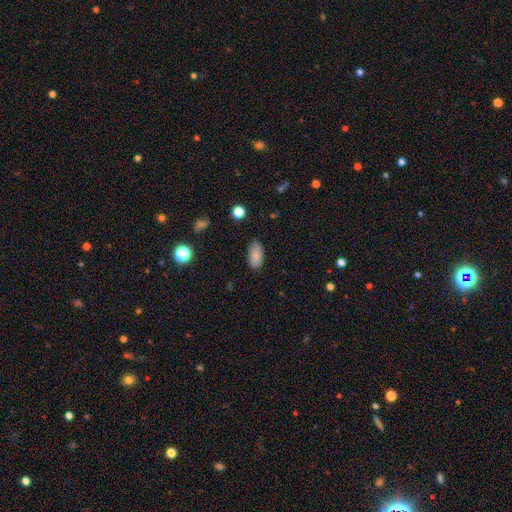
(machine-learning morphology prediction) Smooth or featured? Predicted: smooth (p=0.84). How rounded? Predicted: in between (p=0.92). Merging? Predicted: none (p=0.82).